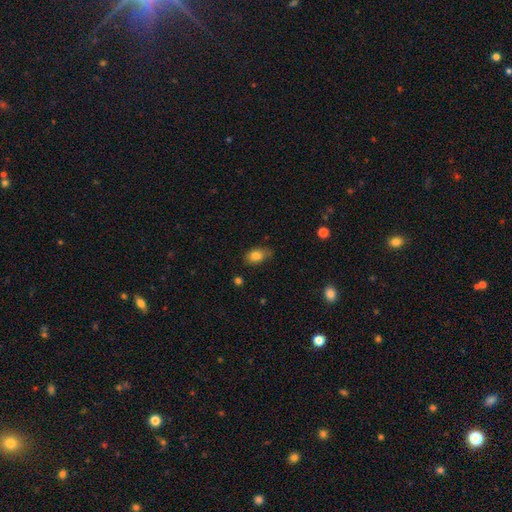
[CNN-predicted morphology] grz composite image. It shows a smooth galaxy with no disk features (83%) that is in between round and cigar-shaped (79%). Merging: none (68%).